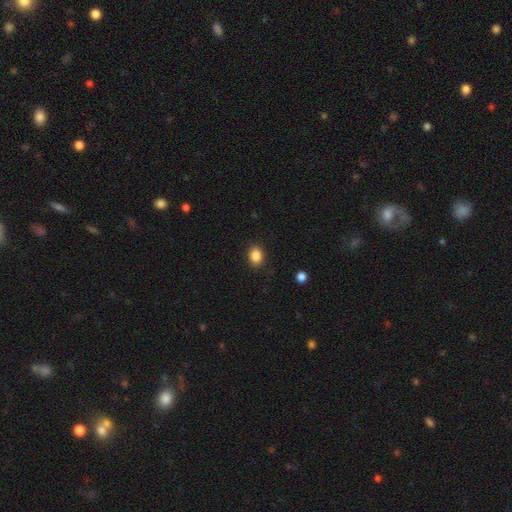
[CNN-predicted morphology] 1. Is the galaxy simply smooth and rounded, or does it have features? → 87% smooth, 9% star or artifact, 4% featured or disk.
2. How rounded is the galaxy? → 58% in between, 41% round, 1% cigar-shaped.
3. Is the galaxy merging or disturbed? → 87% none, 9% minor disturbance, 3% major disturbance, 1% merger.